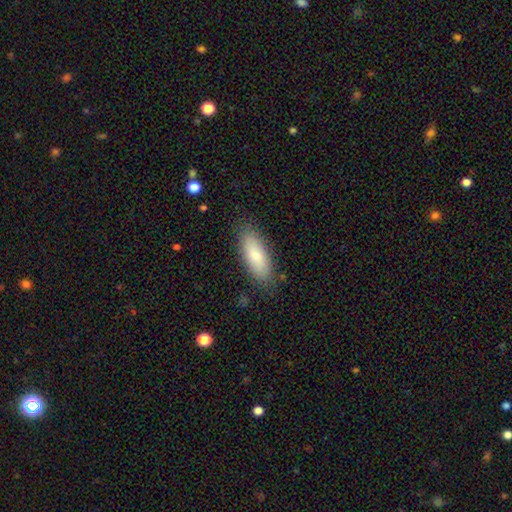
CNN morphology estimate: This appears to be a smooth galaxy with no disk features (78%) that is in between round and cigar-shaped (74%). Merging: none (84%).